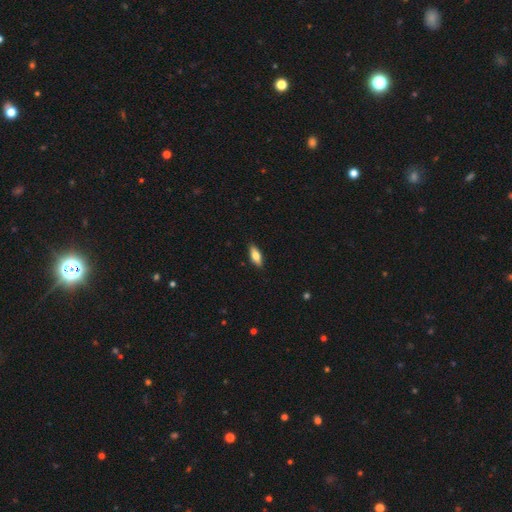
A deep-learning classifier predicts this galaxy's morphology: Smooth or featured?
  - smooth: 75% *
  - featured or disk: 19%
  - star or artifact: 6%
How rounded?
  - in between: 76% *
  - cigar-shaped: 22%
  - round: 2%
Merging?
  - none: 88% *
  - minor disturbance: 10%
  - major disturbance: 2%
  - merger: 1%